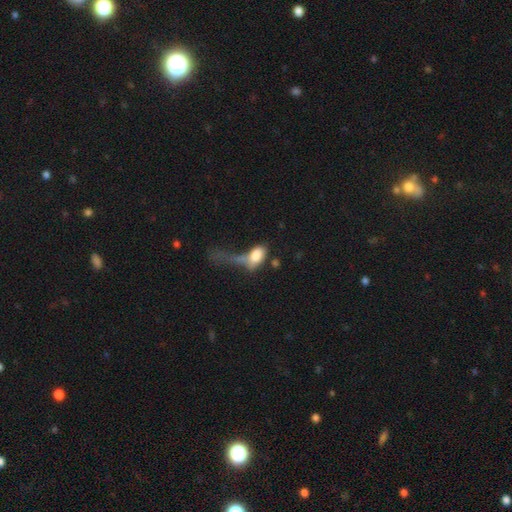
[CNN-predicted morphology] Smooth or featured: smooth — 73% (featured or disk — 19%)
How rounded: in between — 87% (round — 8%)
Merging: major disturbance — 54% (merger — 20%)